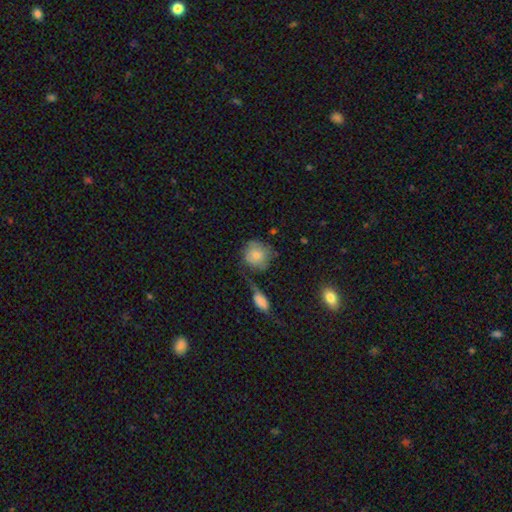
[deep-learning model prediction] smooth_or_featured: smooth (p=0.71) [alt: featured or disk p=0.20]
how_rounded: round (p=0.83) [alt: in between p=0.15]
merging: none (p=0.49) [alt: minor disturbance p=0.27]